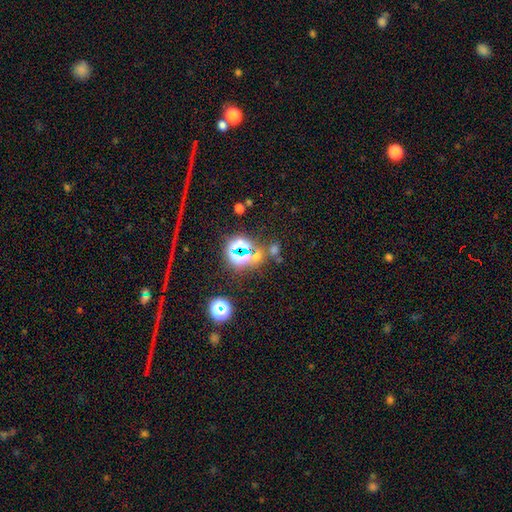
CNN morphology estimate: The model was most divided on "smooth or featured": star or artifact: 58%, smooth: 33%, featured or disk: 9%.